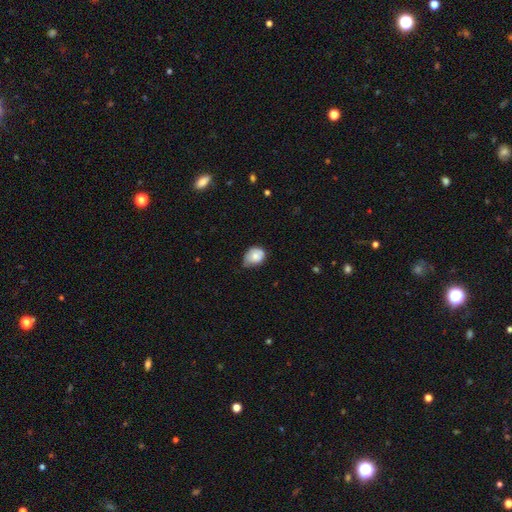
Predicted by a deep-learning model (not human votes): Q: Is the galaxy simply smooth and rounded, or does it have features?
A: smooth — 72%.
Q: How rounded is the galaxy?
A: in between — 51%.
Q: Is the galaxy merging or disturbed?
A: minor disturbance — 47%.